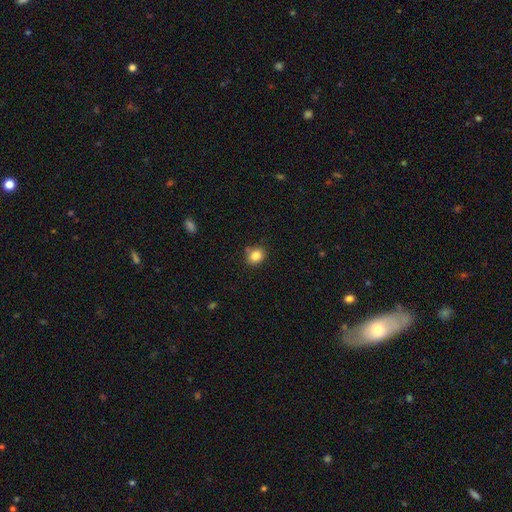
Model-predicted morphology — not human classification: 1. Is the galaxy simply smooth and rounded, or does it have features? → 83% smooth, 10% star or artifact, 6% featured or disk.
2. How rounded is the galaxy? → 60% round, 39% in between, 1% cigar-shaped.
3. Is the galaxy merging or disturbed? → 80% none, 12% minor disturbance, 5% merger, 3% major disturbance.